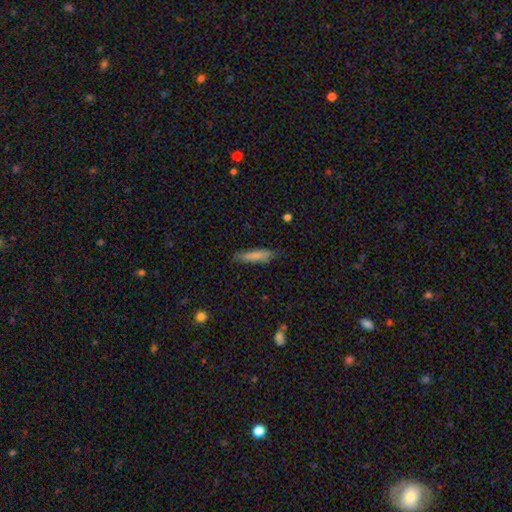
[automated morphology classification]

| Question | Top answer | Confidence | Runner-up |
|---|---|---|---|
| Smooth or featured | smooth | 81% | featured or disk (13%) |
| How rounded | cigar-shaped | 80% | in between (18%) |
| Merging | none | 79% | minor disturbance (16%) |